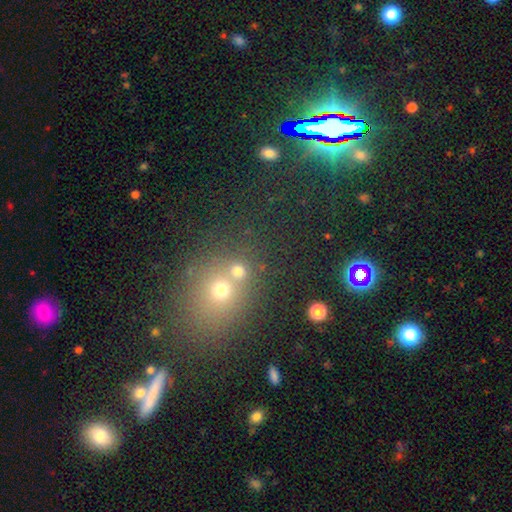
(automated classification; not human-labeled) smooth-or-featured: star or artifact: 45% | smooth: 42% | featured or disk: 13%